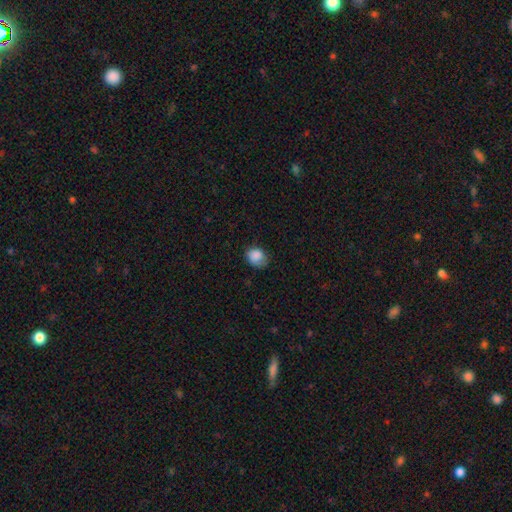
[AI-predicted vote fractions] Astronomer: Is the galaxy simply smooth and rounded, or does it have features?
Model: smooth — 86%.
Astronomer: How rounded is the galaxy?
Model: round — 50% (runner-up: in between, 49%).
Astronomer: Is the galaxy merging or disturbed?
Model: none — 60%.